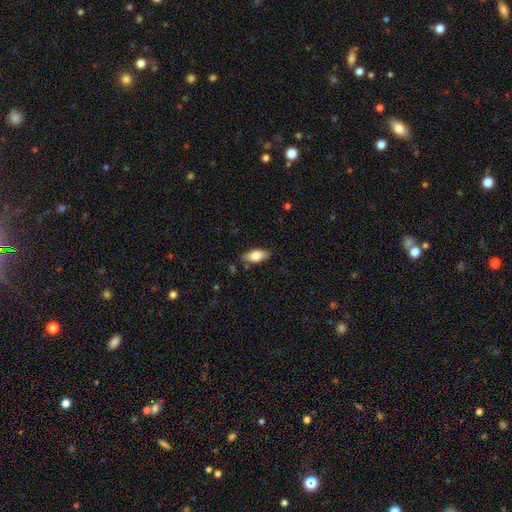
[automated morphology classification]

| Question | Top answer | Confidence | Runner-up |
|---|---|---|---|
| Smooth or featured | smooth | 76% | featured or disk (18%) |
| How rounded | in between | 87% | cigar-shaped (10%) |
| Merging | none | 81% | minor disturbance (14%) |